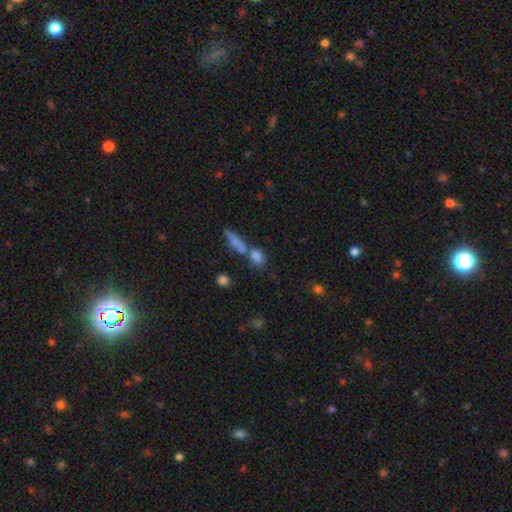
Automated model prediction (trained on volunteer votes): Morphology: type=smooth (49%); merging=none (56%).